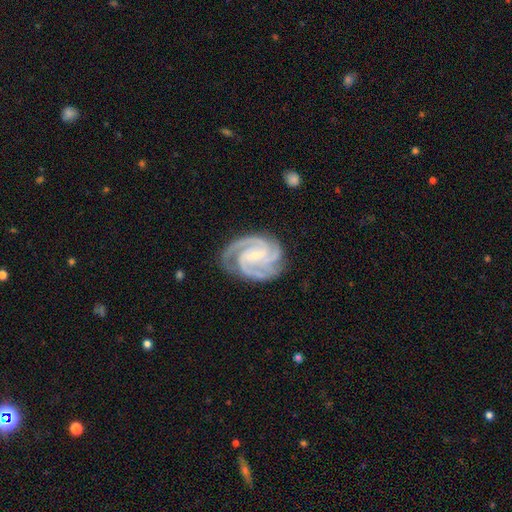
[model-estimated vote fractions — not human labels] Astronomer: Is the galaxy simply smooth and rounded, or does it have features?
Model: featured or disk — 93%.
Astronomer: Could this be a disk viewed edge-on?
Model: no — 98%.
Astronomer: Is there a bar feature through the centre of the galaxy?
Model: weak — 44% (runner-up: no, 34%).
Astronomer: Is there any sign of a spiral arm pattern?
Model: yes — 99%.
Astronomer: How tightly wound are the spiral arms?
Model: tight — 60% (runner-up: medium, 37%).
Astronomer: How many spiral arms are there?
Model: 3 — 58%.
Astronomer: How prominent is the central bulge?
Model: small — 76%.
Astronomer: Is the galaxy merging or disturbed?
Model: none — 79%.